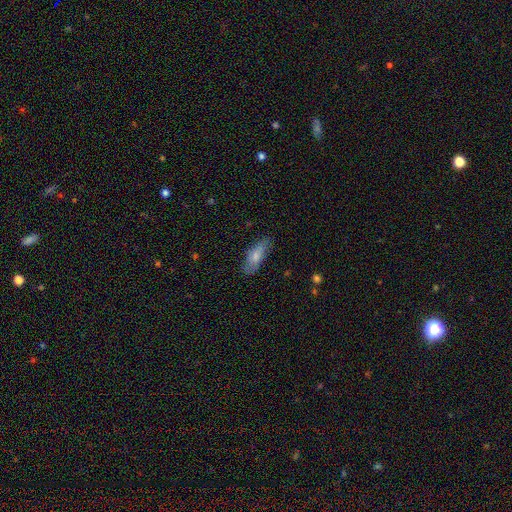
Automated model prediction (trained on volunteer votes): Smooth or featured? smooth (74%)
How rounded? in between (70%)
Merging? none (74%)